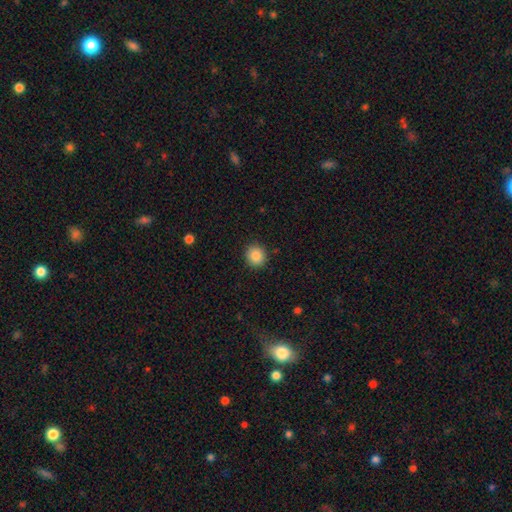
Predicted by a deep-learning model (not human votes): A smooth galaxy with no disk features (86%) that is round (86%).

Vote fractions:
- Smooth or featured? smooth: 86% / star or artifact: 9% / featured or disk: 4%
- How rounded? round: 86% / in between: 14% / cigar-shaped: 1%
- Merging? none: 90% / minor disturbance: 7% / major disturbance: 2% / merger: 1%